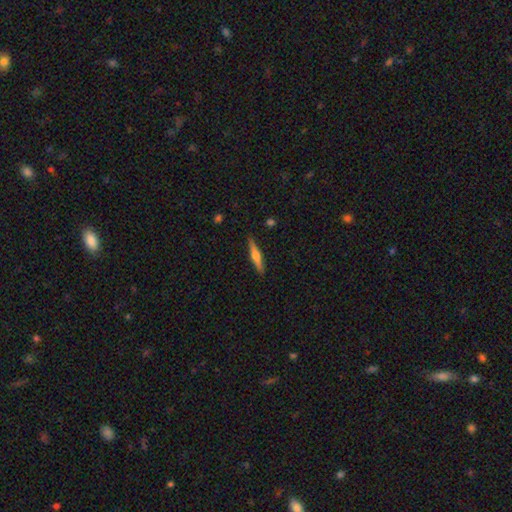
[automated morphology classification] A featured or disk galaxy (59%) viewed edge-on (97%) with a rounded central bulge (87%).

Vote fractions:
- Smooth or featured? featured or disk: 59% / smooth: 34% / star or artifact: 6%
- Edge-on disk? yes: 97% / no: 3%
- Edge-on bulge? rounded: 87% / boxy: 7% / none: 6%
- Merging? none: 90% / minor disturbance: 7% / major disturbance: 2% / merger: 1%